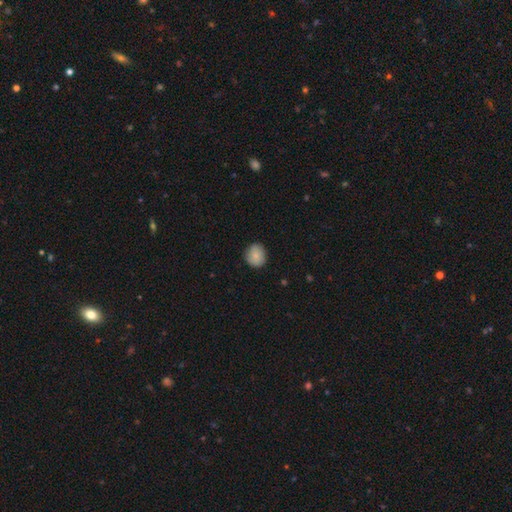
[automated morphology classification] The model was most divided on "how rounded": round: 79%, in between: 20%, cigar-shaped: 1%. More confident: merging — none (85%); smooth or featured — smooth (84%).